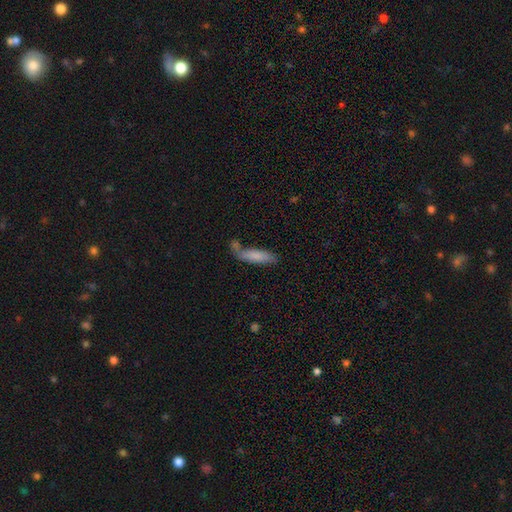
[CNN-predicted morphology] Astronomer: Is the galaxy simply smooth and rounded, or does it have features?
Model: smooth — 77%.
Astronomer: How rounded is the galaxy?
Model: cigar-shaped — 65%.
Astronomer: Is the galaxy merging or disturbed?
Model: none — 51%.